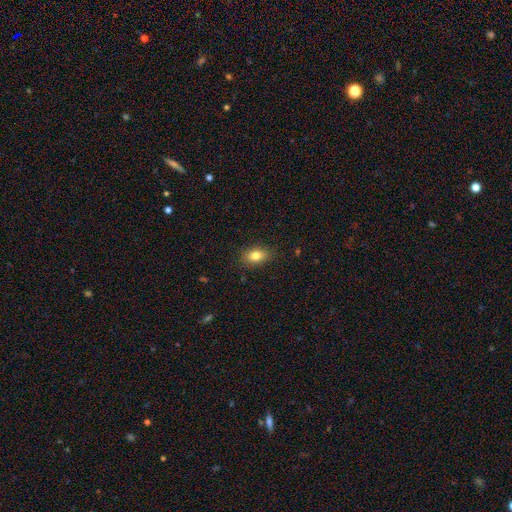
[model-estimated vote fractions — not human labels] Smooth or featured: smooth — 80% (featured or disk — 10%)
How rounded: in between — 78% (round — 19%)
Merging: none — 85% (minor disturbance — 12%)